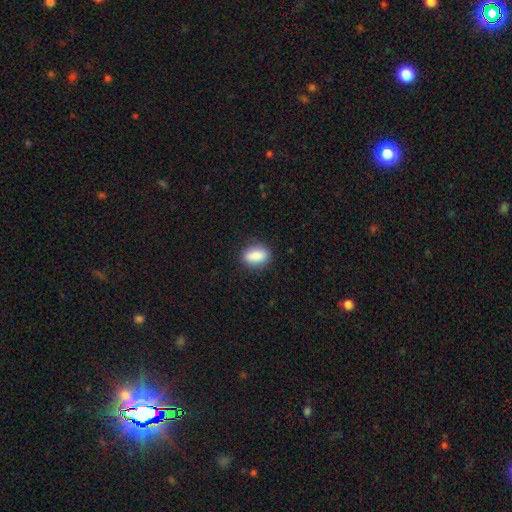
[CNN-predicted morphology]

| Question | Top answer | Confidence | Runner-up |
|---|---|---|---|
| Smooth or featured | smooth | 87% | star or artifact (7%) |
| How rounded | in between | 80% | round (15%) |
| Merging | none | 85% | minor disturbance (11%) |